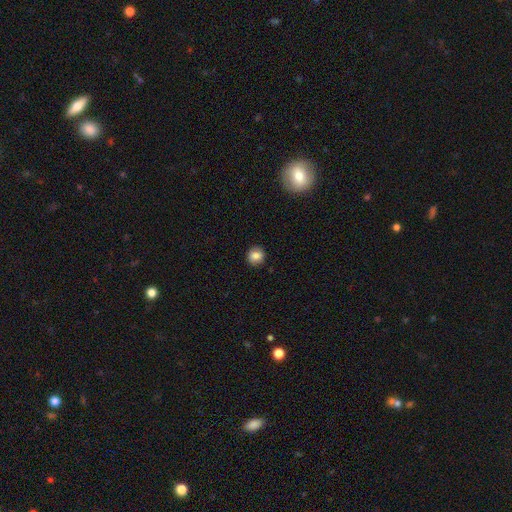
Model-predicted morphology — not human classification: Overall: smooth (83%). How rounded: round (90%). Merging: none (90%).